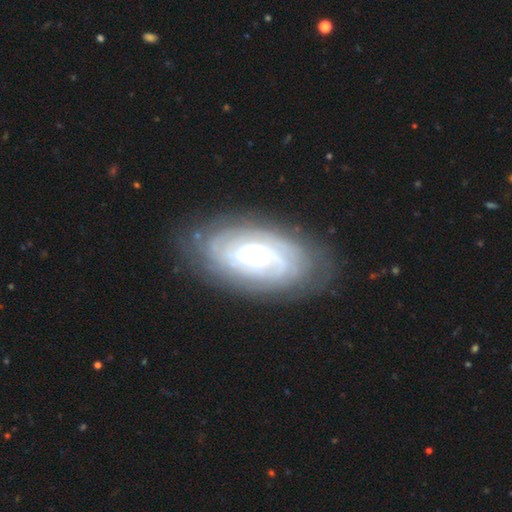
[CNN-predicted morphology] Smooth or featured?
  - featured or disk: 79% *
  - smooth: 14%
  - star or artifact: 7%
Edge-on disk?
  - no: 94% *
  - yes: 6%
Bar?
  - no: 72% *
  - weak: 21%
  - strong: 8%
Spiral arms?
  - yes: 92% *
  - no: 8%
Spiral winding?
  - tight: 77% *
  - medium: 18%
  - loose: 5%
Spiral arm count?
  - can't tell: 48% *
  - 2: 18%
  - 3: 12%
  - 4: 9%
  - more than 4: 8%
  - 1: 5%
Bulge size?
  - small: 54% *
  - moderate: 29%
  - large: 11%
  - none: 3%
  - dominant: 2%
Merging?
  - none: 76% *
  - minor disturbance: 16%
  - major disturbance: 6%
  - merger: 2%